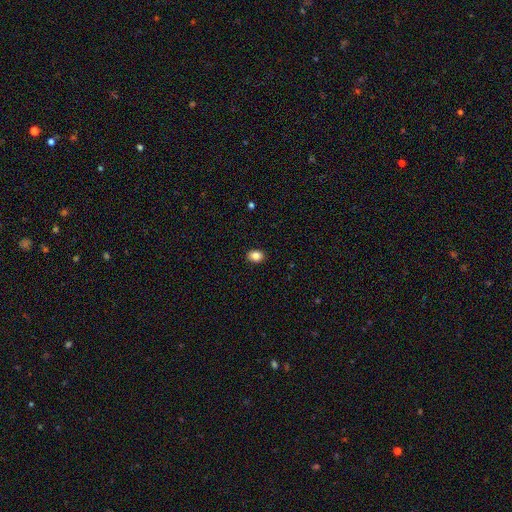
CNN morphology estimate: Smooth or featured? Predicted: smooth (p=0.86). How rounded? Predicted: in between (p=0.58). Merging? Predicted: none (p=0.90).